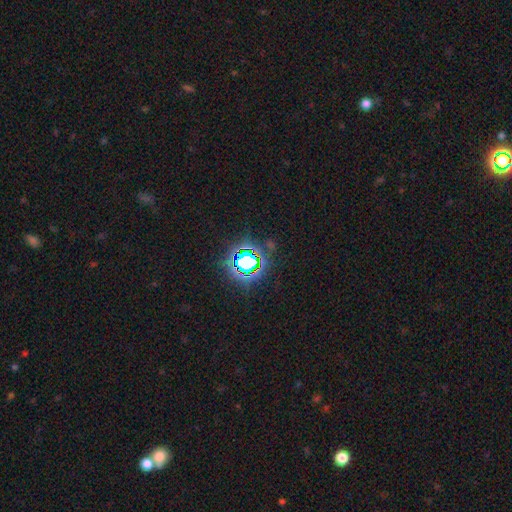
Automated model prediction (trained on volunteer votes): Smooth or featured?
  - star or artifact: 81% *
  - smooth: 13%
  - featured or disk: 7%